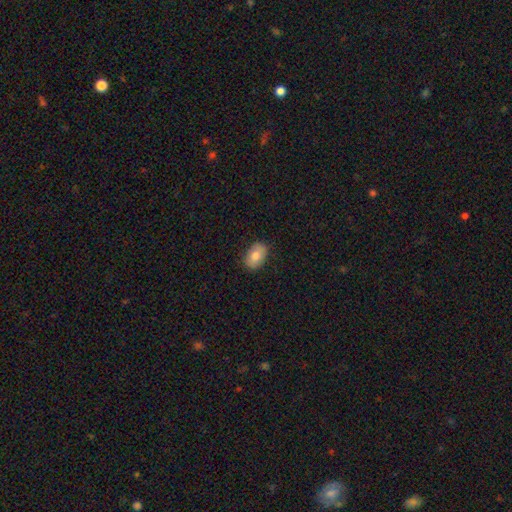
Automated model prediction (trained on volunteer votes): A smooth galaxy with no disk features (78%) that is in between round and cigar-shaped (87%).

Vote fractions:
- Smooth or featured? smooth: 78% / featured or disk: 15% / star or artifact: 7%
- How rounded? in between: 87% / round: 12% / cigar-shaped: 1%
- Merging? none: 87% / minor disturbance: 10% / major disturbance: 2% / merger: 1%